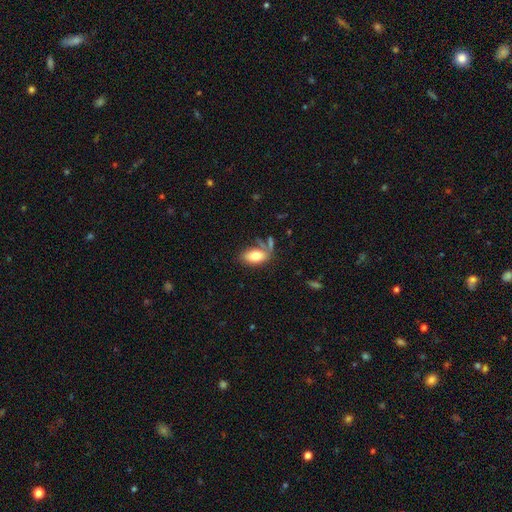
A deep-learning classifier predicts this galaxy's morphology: A smooth galaxy with no disk features (79%) that is in between round and cigar-shaped (92%).

Vote fractions:
- Smooth or featured? smooth: 79% / featured or disk: 14% / star or artifact: 7%
- How rounded? in between: 92% / round: 5% / cigar-shaped: 4%
- Merging? none: 55% / merger: 18% / minor disturbance: 18% / major disturbance: 9%